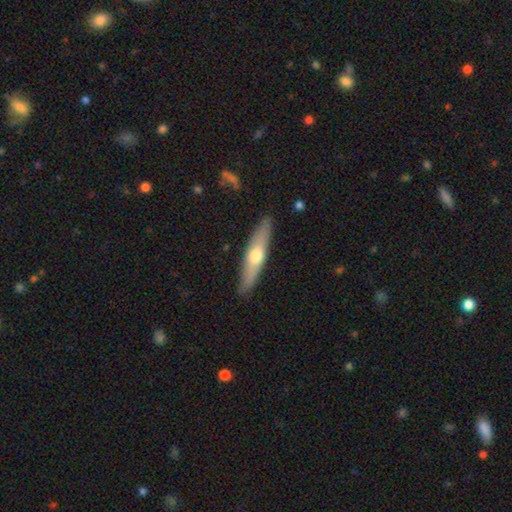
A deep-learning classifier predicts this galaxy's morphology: Smooth or featured: featured or disk — 47% (tied with smooth — 47%)
Merging: none — 89% (minor disturbance — 8%)